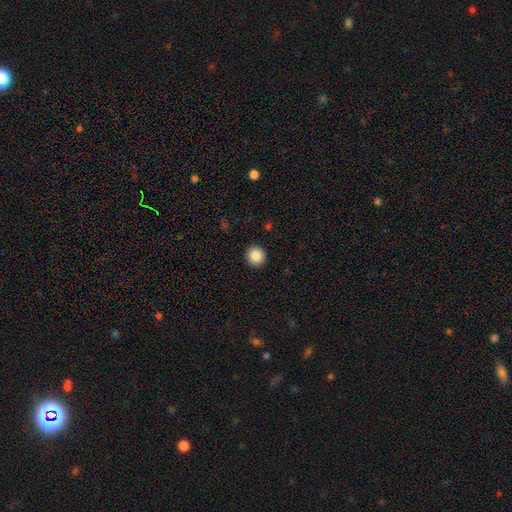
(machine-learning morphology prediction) Smooth or featured: smooth — 87% (star or artifact — 9%)
How rounded: round — 94% (in between — 5%)
Merging: none — 93% (minor disturbance — 4%)